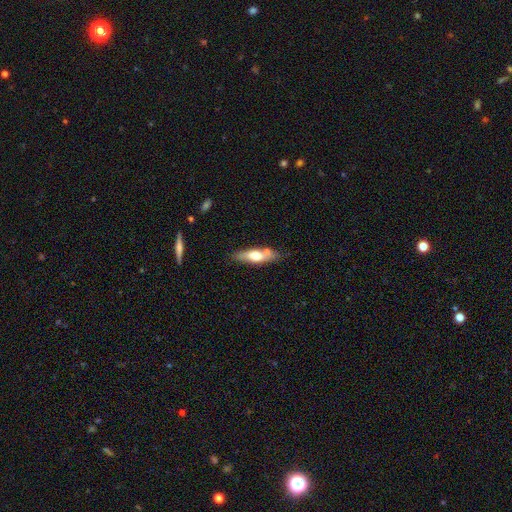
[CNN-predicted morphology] Overall: smooth (50%; featured or disk 43%). How rounded: cigar-shaped (57%; in between 40%). Merging: none (69%).